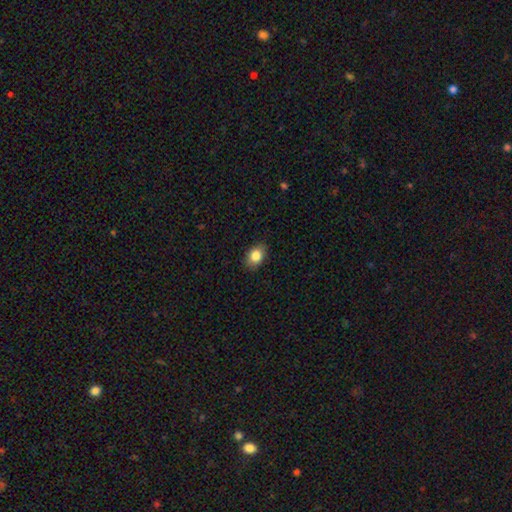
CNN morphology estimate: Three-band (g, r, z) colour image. It shows a smooth galaxy with no disk features (84%) that is in between round and cigar-shaped (78%). Merging: none (86%).